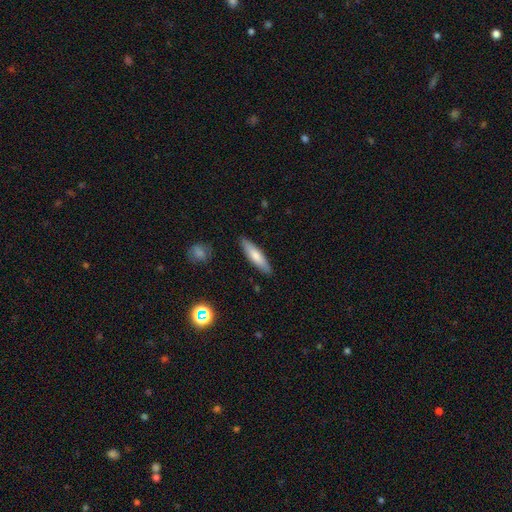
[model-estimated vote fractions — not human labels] Smooth or featured?
  - smooth: 74% *
  - featured or disk: 21%
  - star or artifact: 6%
How rounded?
  - cigar-shaped: 70% *
  - in between: 28%
  - round: 2%
Merging?
  - none: 88% *
  - minor disturbance: 9%
  - major disturbance: 2%
  - merger: 1%